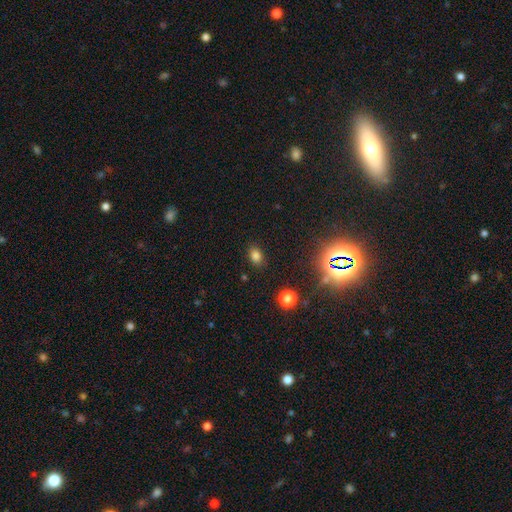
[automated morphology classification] A smooth galaxy with no disk features (78%) that is in between round and cigar-shaped (72%).

Vote fractions:
- Smooth or featured? smooth: 78% / star or artifact: 17% / featured or disk: 5%
- How rounded? in between: 72% / round: 27% / cigar-shaped: 1%
- Merging? none: 85% / minor disturbance: 10% / major disturbance: 3% / merger: 2%